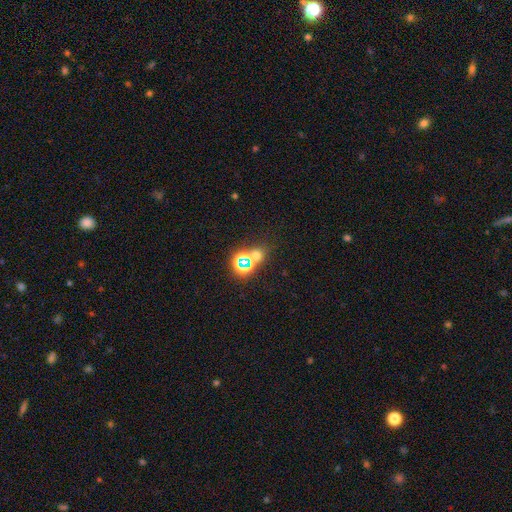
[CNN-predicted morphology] Overall: star or artifact (48%; smooth 44%).